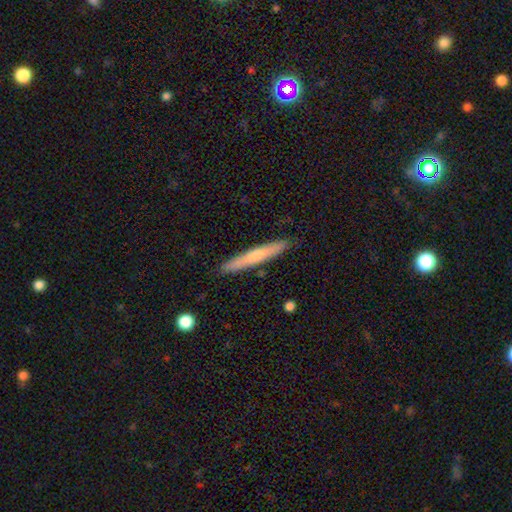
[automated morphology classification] A smooth galaxy with no disk features (60%) that is cigar-shaped (95%).

Vote fractions:
- Smooth or featured? smooth: 60% / featured or disk: 35% / star or artifact: 6%
- How rounded? cigar-shaped: 95% / in between: 4% / round: 1%
- Merging? none: 88% / minor disturbance: 9% / merger: 2% / major disturbance: 2%